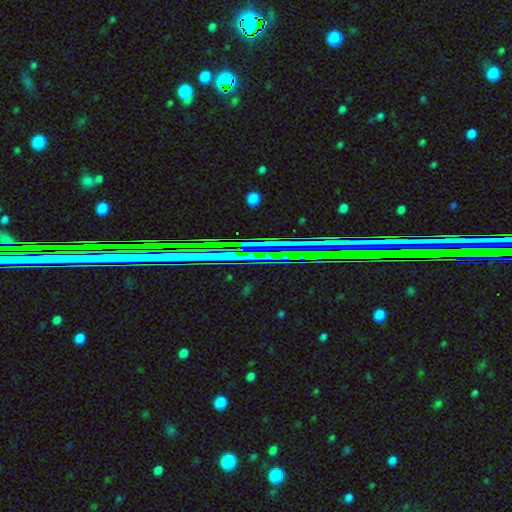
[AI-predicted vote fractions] This is likely a star or artifact rather than a galaxy (74%).